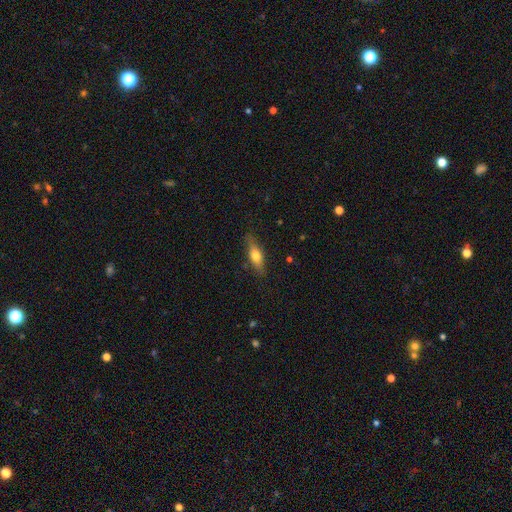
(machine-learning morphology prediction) This is likely a smooth galaxy (62%). How rounded: possibly in between (51%). Merging: clearly none (81%).